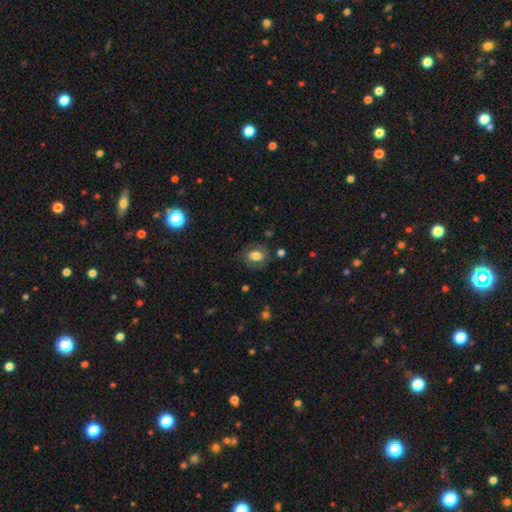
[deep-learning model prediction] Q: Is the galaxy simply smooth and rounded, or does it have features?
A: smooth — 67%.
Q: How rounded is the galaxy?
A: in between — 63%.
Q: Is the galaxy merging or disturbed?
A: none — 73%.